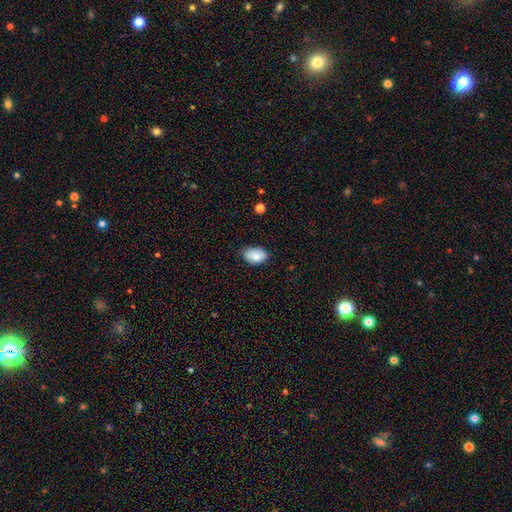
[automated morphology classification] A smooth galaxy with no disk features (84%) that is in between round and cigar-shaped (90%).

Vote fractions:
- Smooth or featured? smooth: 84% / featured or disk: 9% / star or artifact: 7%
- How rounded? in between: 90% / round: 9% / cigar-shaped: 1%
- Merging? none: 73% / minor disturbance: 23% / major disturbance: 3% / merger: 1%